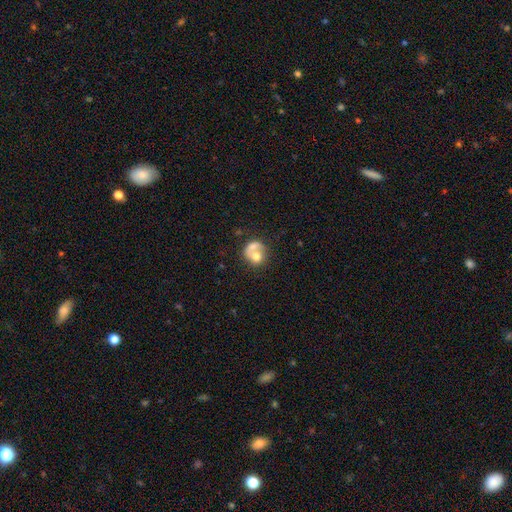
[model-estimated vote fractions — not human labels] Smooth or featured: smooth — 57% (featured or disk — 35%)
How rounded: round — 68% (in between — 31%)
Merging: merger — 55% (none — 25%)